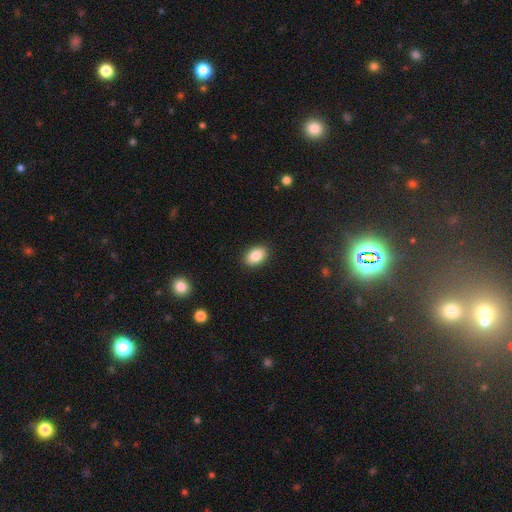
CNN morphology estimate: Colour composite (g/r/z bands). It shows a smooth galaxy with no disk features (87%) that is in between round and cigar-shaped (87%). Merging: none (90%).